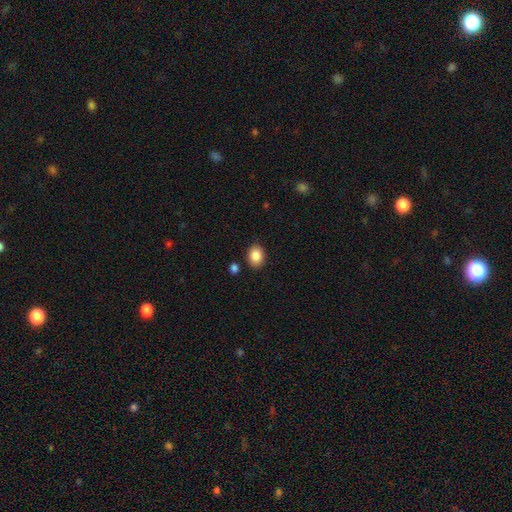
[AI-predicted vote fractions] smooth-or-featured: smooth: 88% | star or artifact: 8% | featured or disk: 4%
  how-rounded: in between: 68% | round: 31% | cigar-shaped: 1%
  merging: none: 86% | minor disturbance: 9% | merger: 3% | major disturbance: 2%